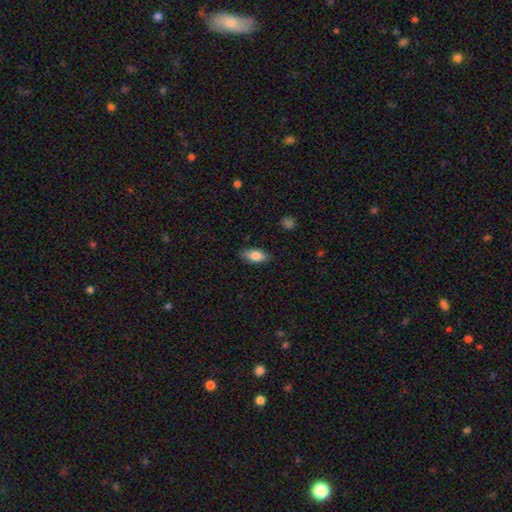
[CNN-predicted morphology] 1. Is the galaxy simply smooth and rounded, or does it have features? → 81% smooth, 12% featured or disk, 7% star or artifact.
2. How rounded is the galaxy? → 90% in between, 6% cigar-shaped, 3% round.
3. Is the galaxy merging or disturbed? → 85% none, 11% minor disturbance, 2% major disturbance, 1% merger.